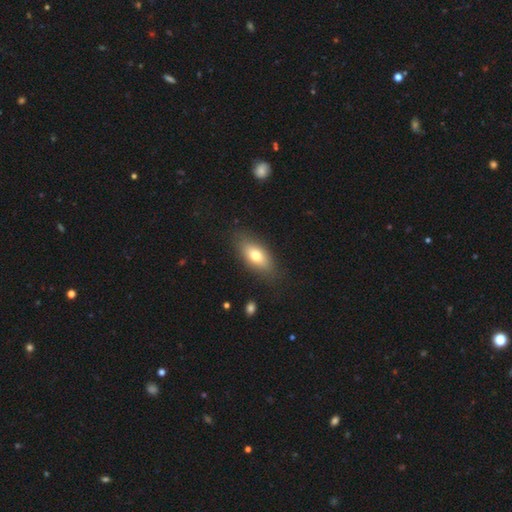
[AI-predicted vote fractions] Smooth or featured? smooth (72%)
How rounded? in between (84%)
Merging? none (82%)